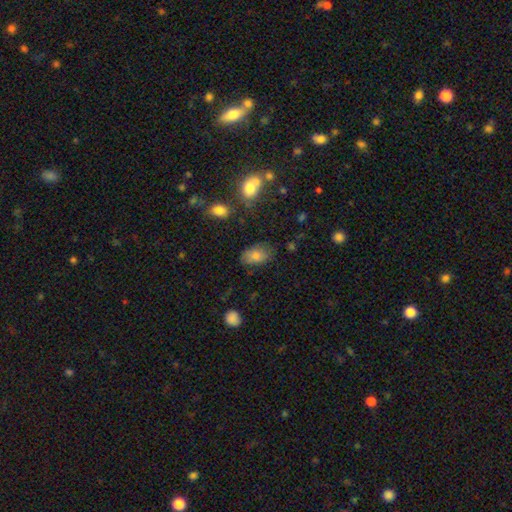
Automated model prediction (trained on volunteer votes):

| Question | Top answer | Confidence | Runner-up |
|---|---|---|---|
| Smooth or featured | smooth | 77% | featured or disk (13%) |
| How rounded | in between | 89% | round (10%) |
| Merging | none | 72% | minor disturbance (20%) |